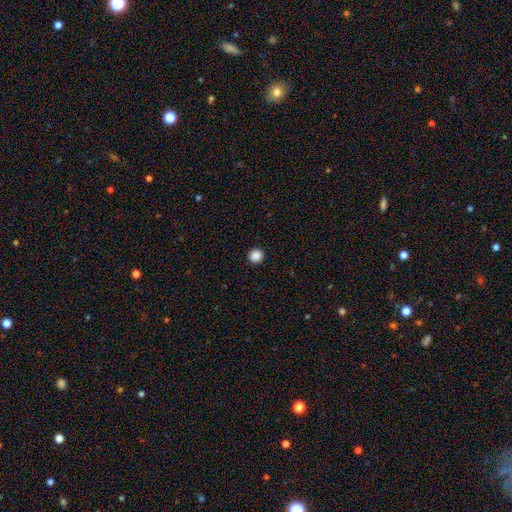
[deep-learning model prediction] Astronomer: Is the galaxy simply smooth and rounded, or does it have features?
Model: smooth — 88%.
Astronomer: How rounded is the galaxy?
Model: round — 93%.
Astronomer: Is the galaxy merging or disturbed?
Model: none — 93%.